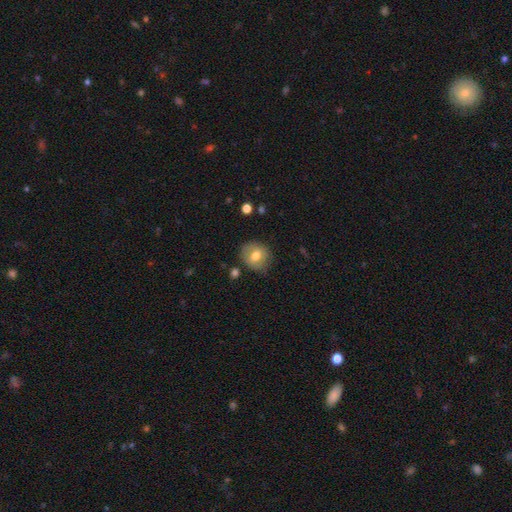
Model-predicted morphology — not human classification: The model was most divided on "smooth or featured": smooth: 68%, featured or disk: 24%, star or artifact: 8%. More confident: merging — none (75%); how rounded — round (75%).